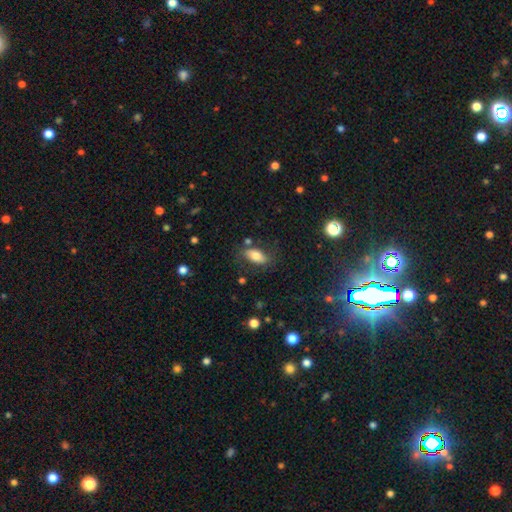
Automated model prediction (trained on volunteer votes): Smooth or featured? smooth (71%)
How rounded? in between (86%)
Merging? none (72%)